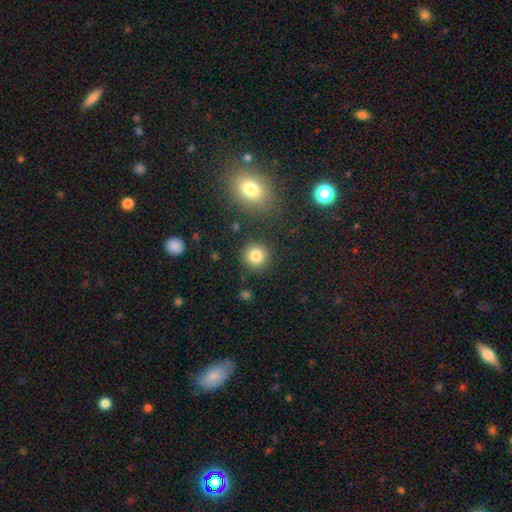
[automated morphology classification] A smooth galaxy with no disk features (83%) that is round (93%).

Vote fractions:
- Smooth or featured? smooth: 83% / star or artifact: 11% / featured or disk: 6%
- How rounded? round: 93% / in between: 6% / cigar-shaped: 1%
- Merging? none: 87% / minor disturbance: 7% / merger: 3% / major disturbance: 3%